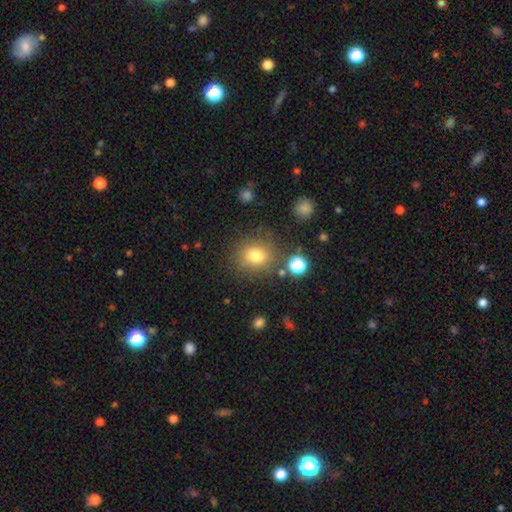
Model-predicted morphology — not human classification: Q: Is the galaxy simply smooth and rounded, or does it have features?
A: smooth — 76%.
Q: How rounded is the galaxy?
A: round — 82%.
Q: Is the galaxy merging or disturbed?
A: none — 80%.